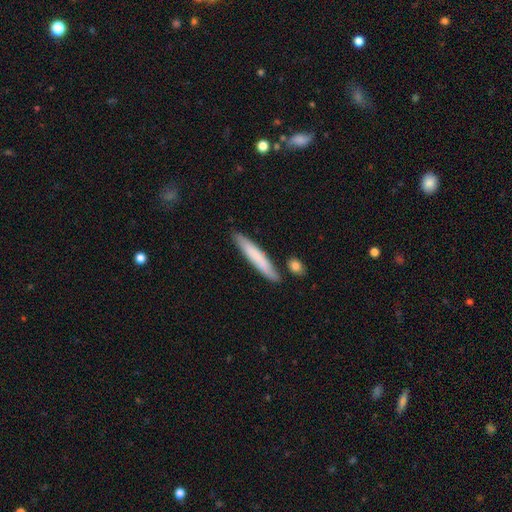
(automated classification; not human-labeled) smooth 70%, featured or disk 25%, star or artifact 6%. Down the decision tree: how rounded — cigar-shaped (94%); merging — none (83%).